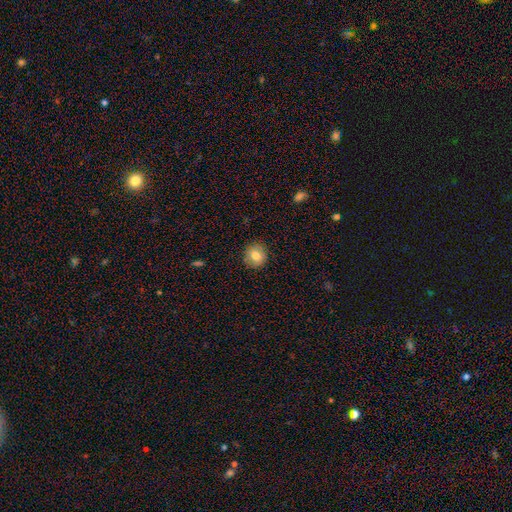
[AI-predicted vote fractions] Q: Smooth or featured?
A: smooth (81%); runner-up: featured or disk (10%)
Q: How rounded?
A: round (88%); runner-up: in between (11%)
Q: Merging?
A: none (90%); runner-up: minor disturbance (7%)